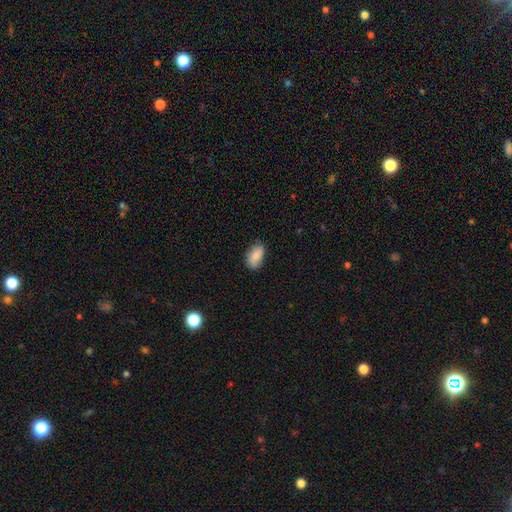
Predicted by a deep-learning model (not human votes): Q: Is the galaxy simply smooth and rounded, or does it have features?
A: smooth — 87%.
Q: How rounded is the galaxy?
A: in between — 92%.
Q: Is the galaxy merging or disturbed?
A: none — 77%.